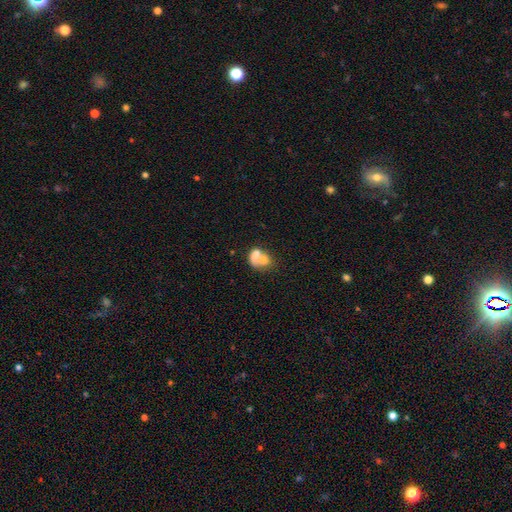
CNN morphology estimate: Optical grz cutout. It shows a smooth galaxy with no disk features (63%) that is in between round and cigar-shaped (58%). Merging: merger (67%).